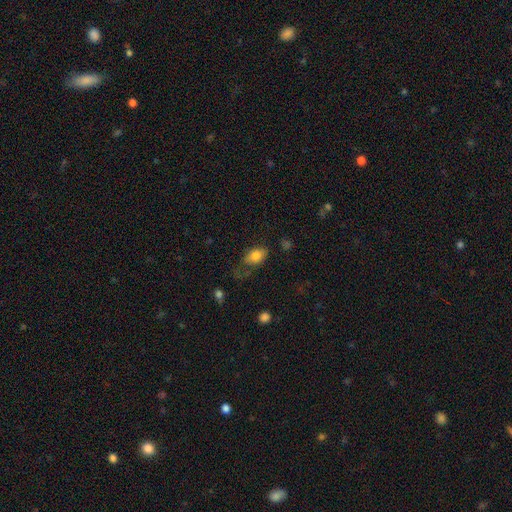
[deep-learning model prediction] Overall: smooth (81%). How rounded: in between (85%). Merging: none (48%; minor disturbance 27%).